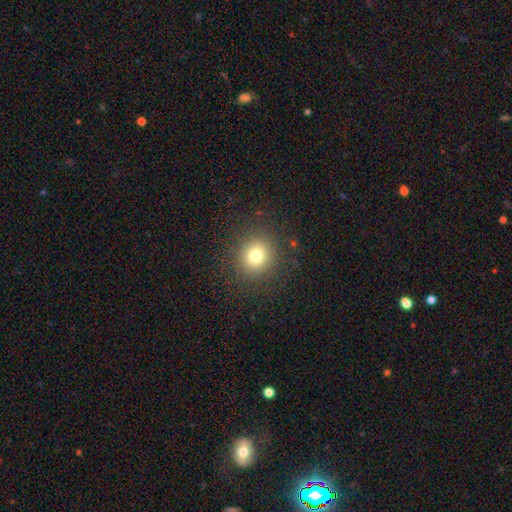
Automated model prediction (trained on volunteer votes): Overall: smooth (76%). How rounded: round (87%). Merging: none (89%).